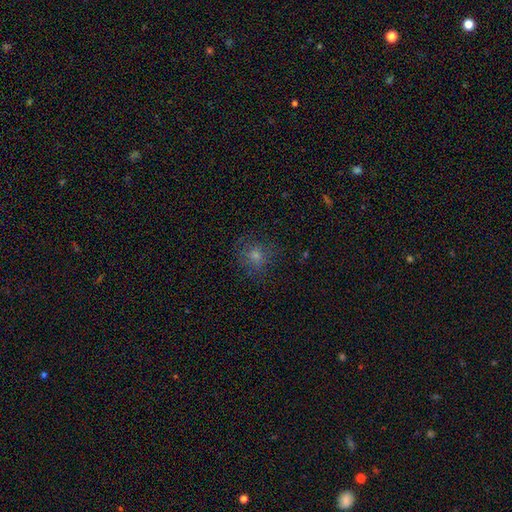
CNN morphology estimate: smooth_or_featured: smooth (p=0.70) [alt: star or artifact p=0.17]
how_rounded: round (p=0.81) [alt: in between p=0.18]
merging: none (p=0.73) [alt: minor disturbance p=0.16]